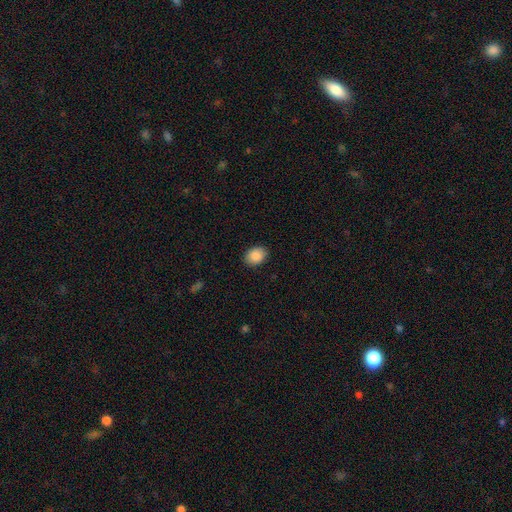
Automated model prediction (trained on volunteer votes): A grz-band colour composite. It shows a smooth galaxy with no disk features (89%) that is in between round and cigar-shaped (69%). Merging: none (88%).